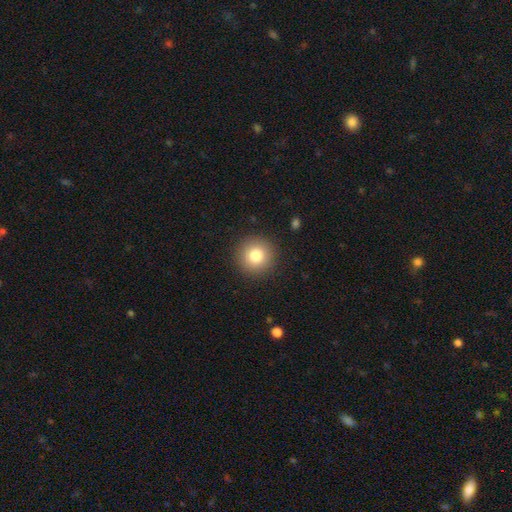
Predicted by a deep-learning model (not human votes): Smooth or featured: smooth — 81% (star or artifact — 10%)
How rounded: round — 95% (in between — 4%)
Merging: none — 91% (minor disturbance — 6%)